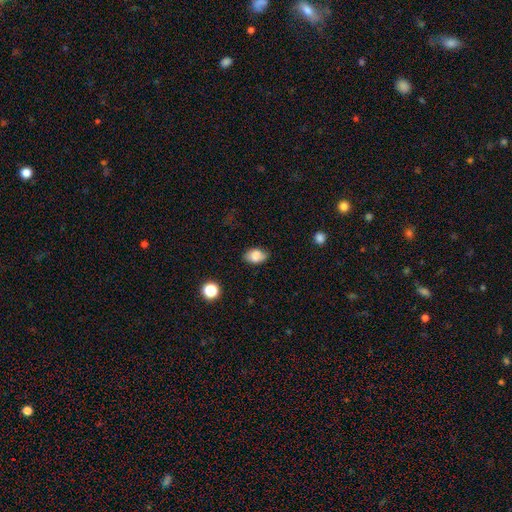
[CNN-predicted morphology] A smooth galaxy with no disk features (79%) that is in between round and cigar-shaped (87%).

Vote fractions:
- Smooth or featured? smooth: 79% / featured or disk: 12% / star or artifact: 9%
- How rounded? in between: 87% / round: 12% / cigar-shaped: 1%
- Merging? none: 79% / minor disturbance: 16% / major disturbance: 3% / merger: 2%